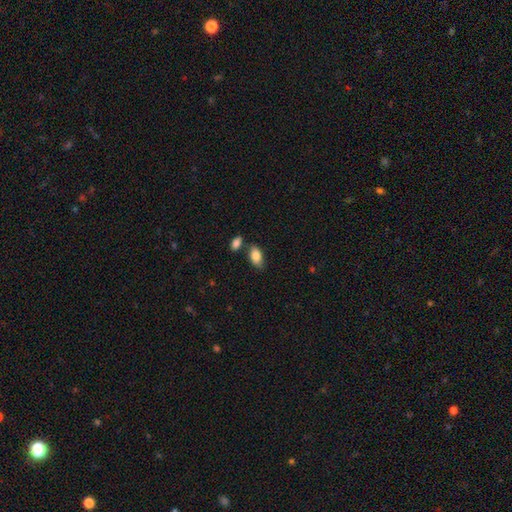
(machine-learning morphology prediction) Overall: smooth (84%). How rounded: in between (92%). Merging: none (69%).